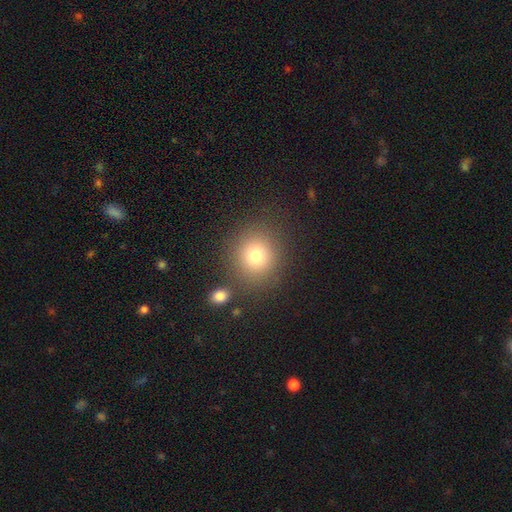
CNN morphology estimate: Smooth or featured?
  - smooth: 76% *
  - star or artifact: 14%
  - featured or disk: 10%
How rounded?
  - round: 83% *
  - in between: 17%
  - cigar-shaped: 1%
Merging?
  - none: 81% *
  - minor disturbance: 9%
  - merger: 6%
  - major disturbance: 4%